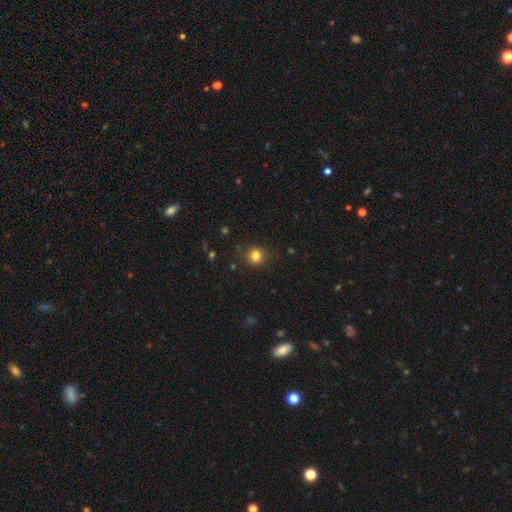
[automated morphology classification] Overall: smooth (81%). How rounded: round (86%). Merging: none (87%).